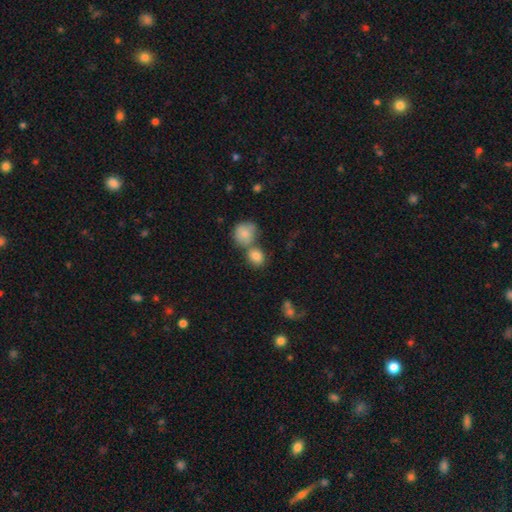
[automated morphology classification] This appears to be a smooth galaxy with no disk features (81%) that is round (69%). Merging: none (45%).